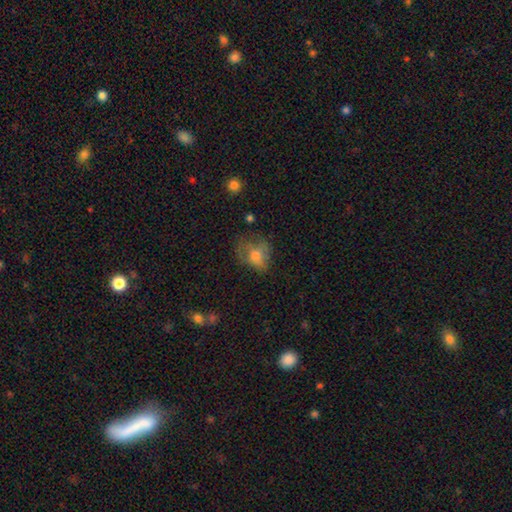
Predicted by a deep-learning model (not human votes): Smooth or featured: smooth — 63% (featured or disk — 26%)
How rounded: round — 51% (in between — 48%)
Merging: none — 40% (major disturbance — 29%)